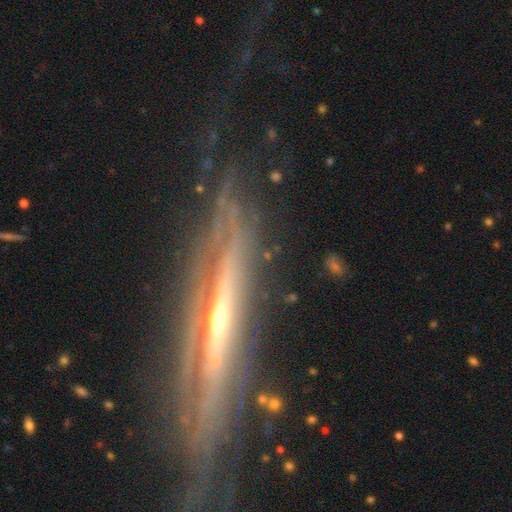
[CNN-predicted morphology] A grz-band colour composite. It shows a featured or disk galaxy (83%) viewed edge-on (69%) with a rounded central bulge (71%). Merging: none (67%).